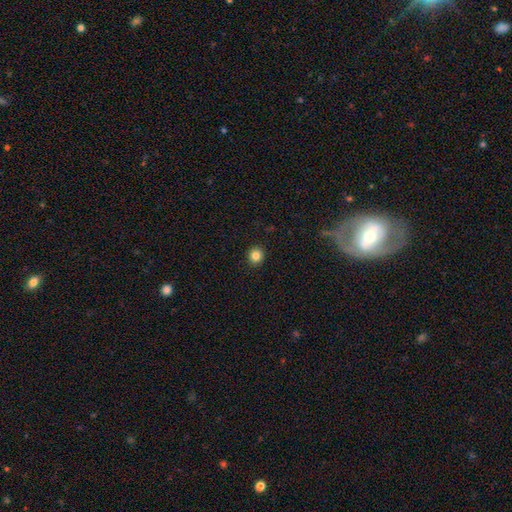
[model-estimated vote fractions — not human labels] Smooth or featured? smooth (83%)
How rounded? round (89%)
Merging? none (92%)